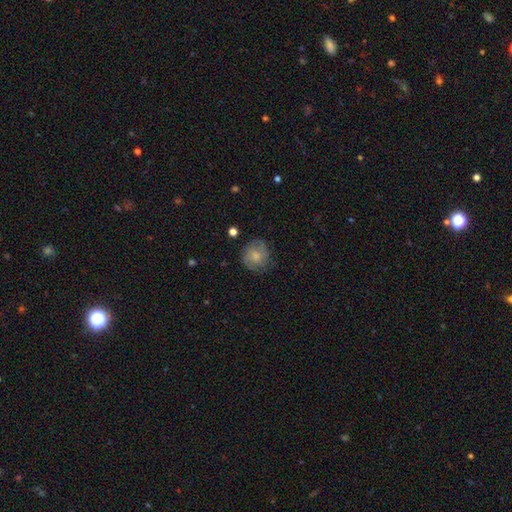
smooth 65%, featured or disk 27%, star or artifact 8%. Down the decision tree: how rounded — round (92%); merging — none (71%).